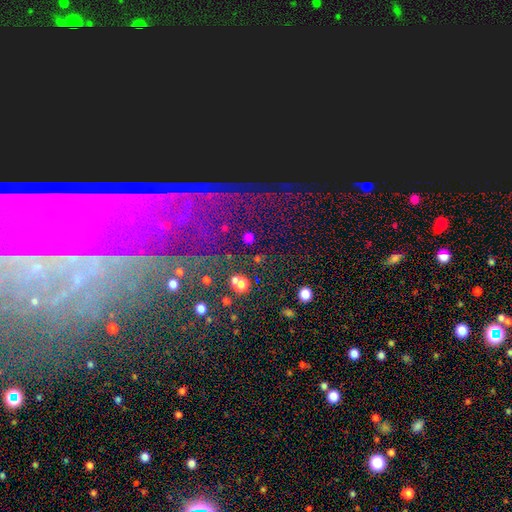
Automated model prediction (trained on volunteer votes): star or artifact 46%, featured or disk 39%, smooth 15%.